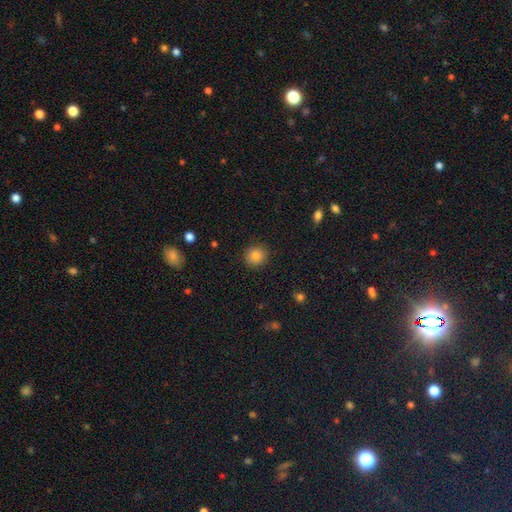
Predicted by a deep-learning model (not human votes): Overall: smooth (83%). How rounded: round (90%). Merging: none (91%).